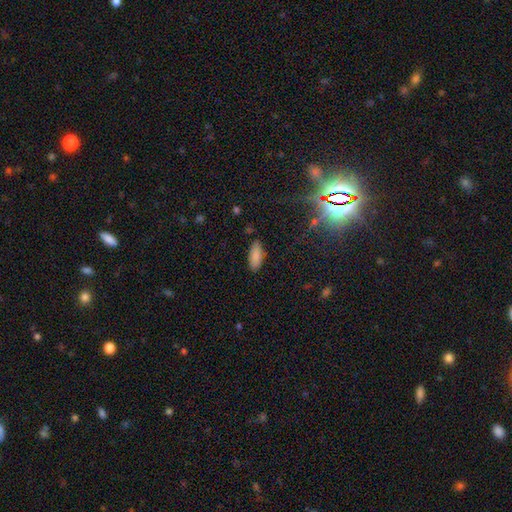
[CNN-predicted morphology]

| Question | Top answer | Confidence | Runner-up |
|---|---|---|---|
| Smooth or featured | smooth | 86% | star or artifact (8%) |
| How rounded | in between | 79% | cigar-shaped (19%) |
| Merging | none | 86% | minor disturbance (10%) |